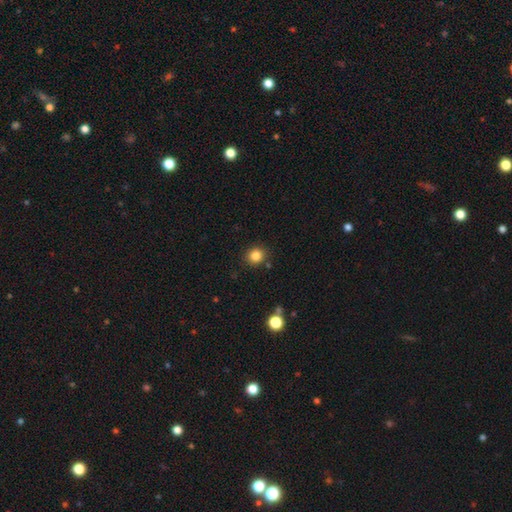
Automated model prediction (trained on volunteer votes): A smooth galaxy with no disk features (83%) that is round (84%).

Vote fractions:
- Smooth or featured? smooth: 83% / star or artifact: 12% / featured or disk: 5%
- How rounded? round: 84% / in between: 15% / cigar-shaped: 1%
- Merging? none: 87% / minor disturbance: 8% / merger: 3% / major disturbance: 2%